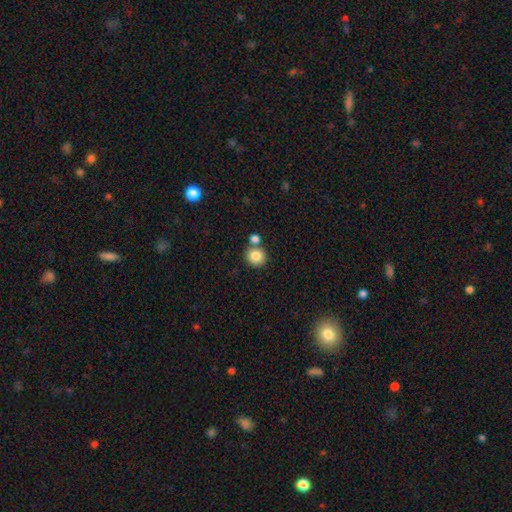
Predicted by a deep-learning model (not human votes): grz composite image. It shows a smooth galaxy with no disk features (84%) that is round (88%). Merging: none (68%).